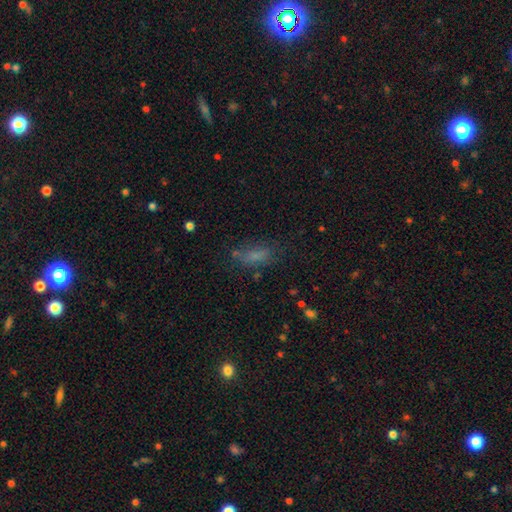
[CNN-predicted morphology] smooth_or_featured: smooth (p=0.71) [alt: star or artifact p=0.15]
how_rounded: in between (p=0.72) [alt: cigar-shaped p=0.23]
merging: none (p=0.62) [alt: minor disturbance p=0.21]